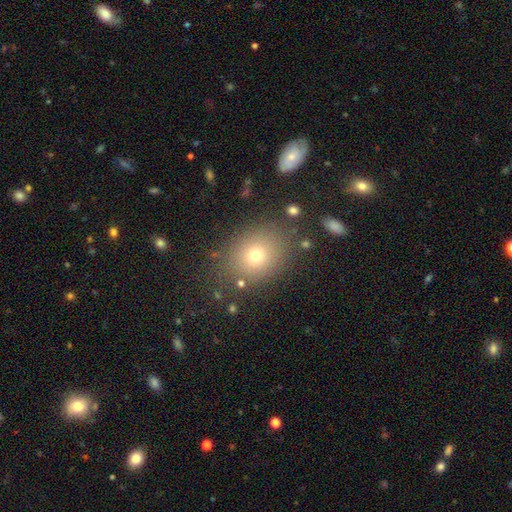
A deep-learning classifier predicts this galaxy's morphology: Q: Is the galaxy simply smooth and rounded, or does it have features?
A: smooth — 71%.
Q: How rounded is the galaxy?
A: round — 51%.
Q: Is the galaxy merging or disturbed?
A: none — 81%.